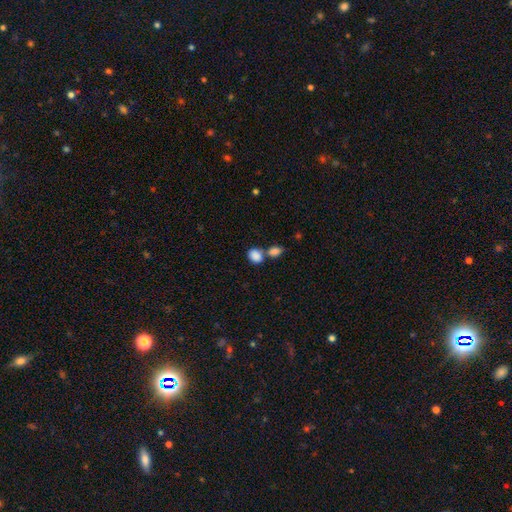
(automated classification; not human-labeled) A smooth galaxy with no disk features (87%) that is in between round and cigar-shaped (63%). Merging: merger (47%).